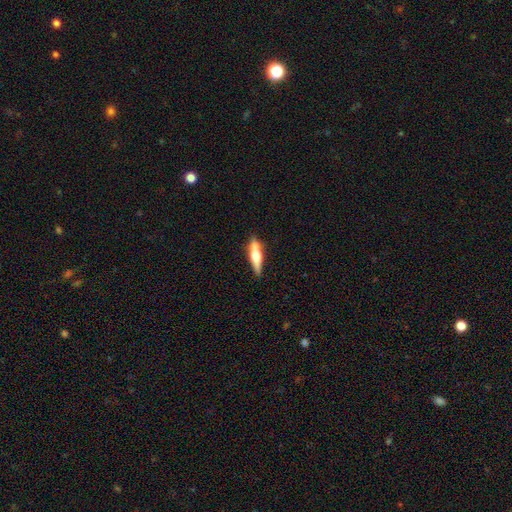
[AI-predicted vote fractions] Morphology: type=featured or disk (47%, tied with smooth); merging=none (79%).